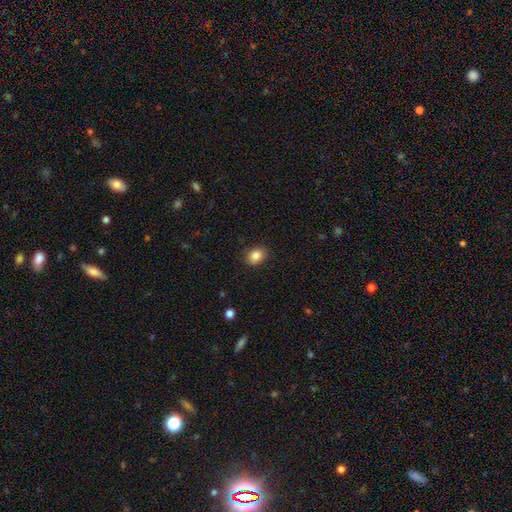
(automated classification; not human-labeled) Morphology: type=smooth (85%); roundness=in between (55%); merging=none (88%).